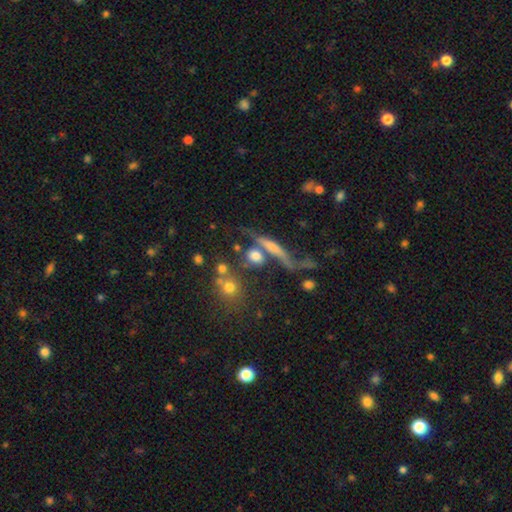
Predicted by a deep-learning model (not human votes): A smooth galaxy with no disk features (67%) that is round (53%).

Vote fractions:
- Smooth or featured? smooth: 67% / featured or disk: 21% / star or artifact: 12%
- How rounded? round: 53% / in between: 28% / cigar-shaped: 19%
- Merging? none: 45% / merger: 30% / minor disturbance: 14% / major disturbance: 12%